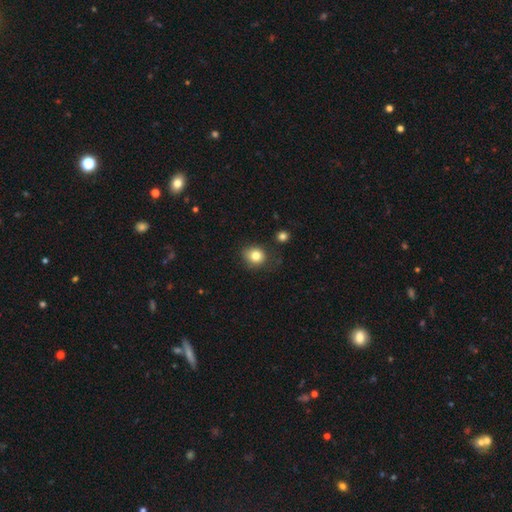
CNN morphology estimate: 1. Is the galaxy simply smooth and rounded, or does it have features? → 81% smooth, 11% star or artifact, 8% featured or disk.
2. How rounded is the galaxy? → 76% round, 23% in between, 1% cigar-shaped.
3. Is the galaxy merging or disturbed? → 76% none, 17% minor disturbance, 4% major disturbance, 3% merger.